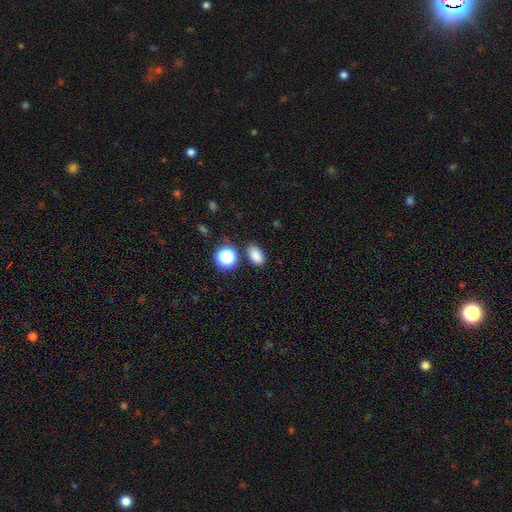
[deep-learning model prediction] Smooth or featured?
  - smooth: 82% *
  - star or artifact: 13%
  - featured or disk: 5%
How rounded?
  - in between: 84% *
  - round: 14%
  - cigar-shaped: 2%
Merging?
  - none: 80% *
  - minor disturbance: 11%
  - merger: 6%
  - major disturbance: 3%